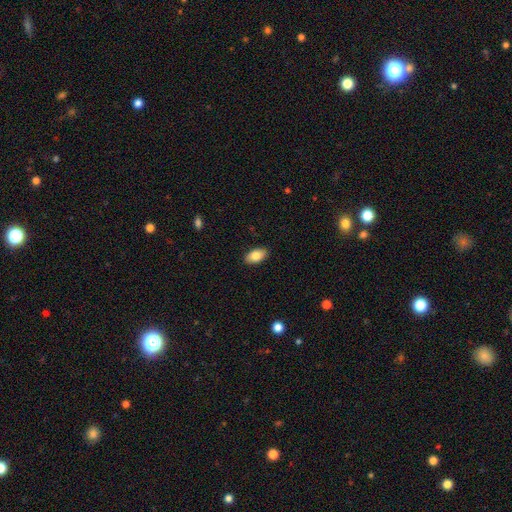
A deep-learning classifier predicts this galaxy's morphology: A smooth galaxy with no disk features (84%) that is in between round and cigar-shaped (94%).

Vote fractions:
- Smooth or featured? smooth: 84% / featured or disk: 9% / star or artifact: 7%
- How rounded? in between: 94% / round: 4% / cigar-shaped: 2%
- Merging? none: 89% / minor disturbance: 8% / major disturbance: 2% / merger: 1%